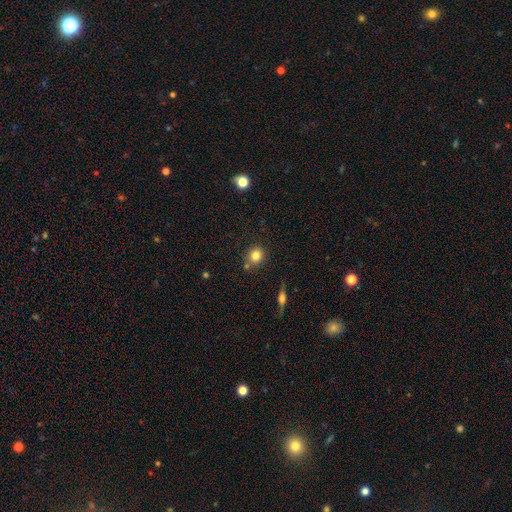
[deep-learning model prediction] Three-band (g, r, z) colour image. It shows a smooth galaxy with no disk features (81%) that is round (83%). Merging: none (75%).